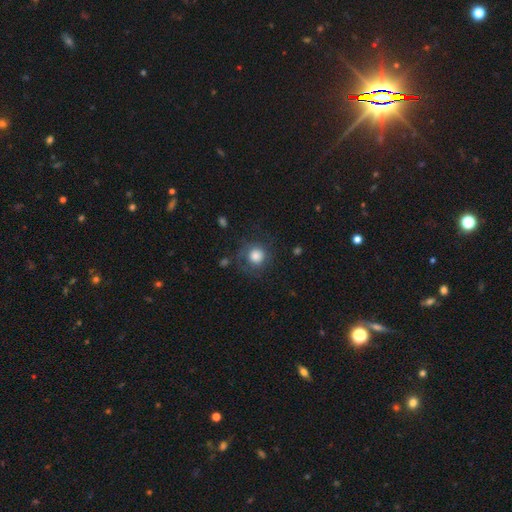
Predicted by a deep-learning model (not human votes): Overall: smooth (74%). How rounded: round (90%). Merging: none (66%).